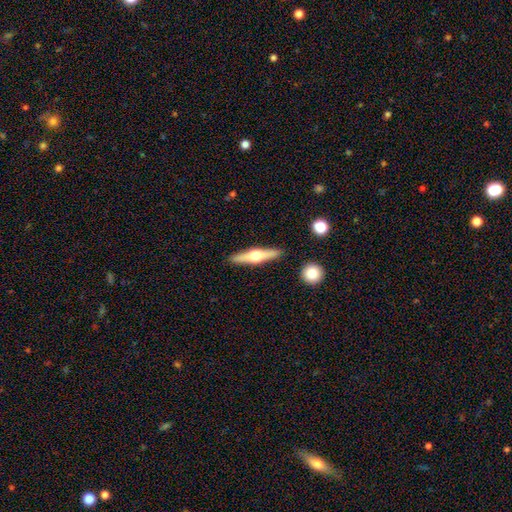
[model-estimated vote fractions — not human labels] Smooth or featured? featured or disk (66%)
Edge-on disk? yes (97%)
Edge-on bulge? rounded (94%)
Merging? none (89%)